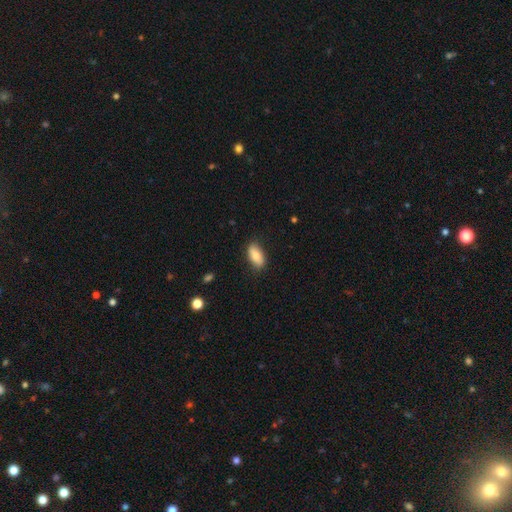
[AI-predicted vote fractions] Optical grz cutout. It shows a smooth galaxy with no disk features (83%) that is in between round and cigar-shaped (90%). Merging: none (83%).